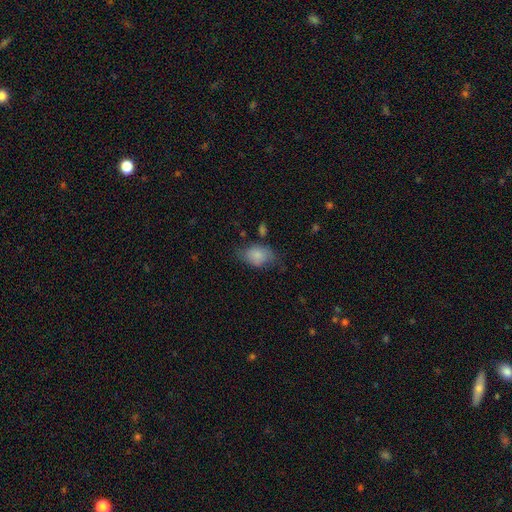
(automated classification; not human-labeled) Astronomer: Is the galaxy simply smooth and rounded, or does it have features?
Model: smooth — 79%.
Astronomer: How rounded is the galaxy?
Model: in between — 79%.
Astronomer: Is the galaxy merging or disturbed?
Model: none — 53% (runner-up: minor disturbance, 31%).